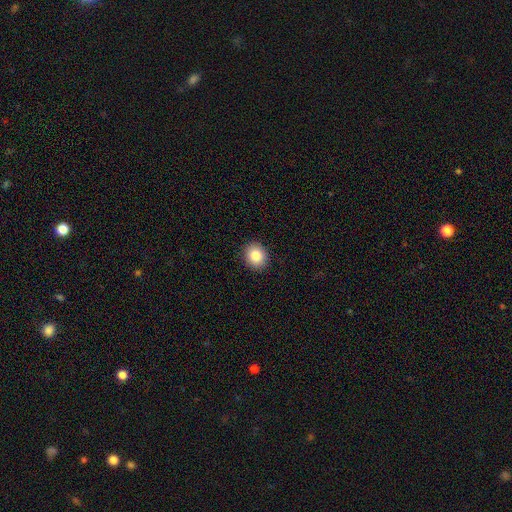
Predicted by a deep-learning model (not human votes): This is clearly a smooth galaxy (83%). How rounded: likely round (73%). Merging: clearly none (91%).